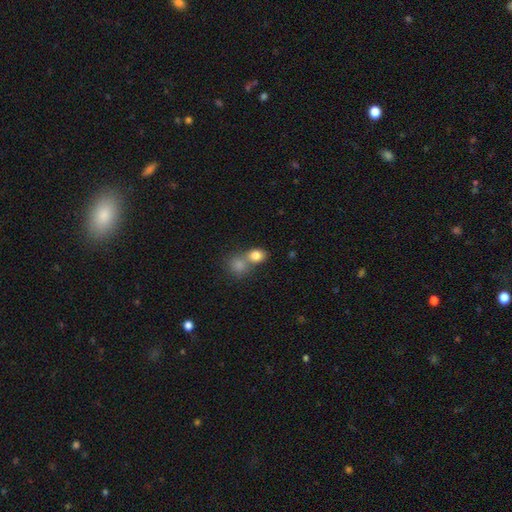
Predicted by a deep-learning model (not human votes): Smooth or featured?
  - smooth: 81% *
  - star or artifact: 10%
  - featured or disk: 9%
How rounded?
  - round: 52% *
  - in between: 46%
  - cigar-shaped: 1%
Merging?
  - merger: 51% *
  - none: 37%
  - minor disturbance: 8%
  - major disturbance: 4%